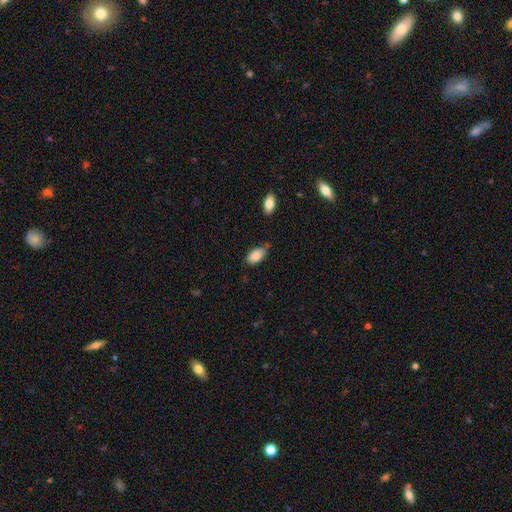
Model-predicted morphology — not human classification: Smooth or featured: smooth — 86% (star or artifact — 7%)
How rounded: in between — 94% (round — 4%)
Merging: none — 64% (minor disturbance — 26%)